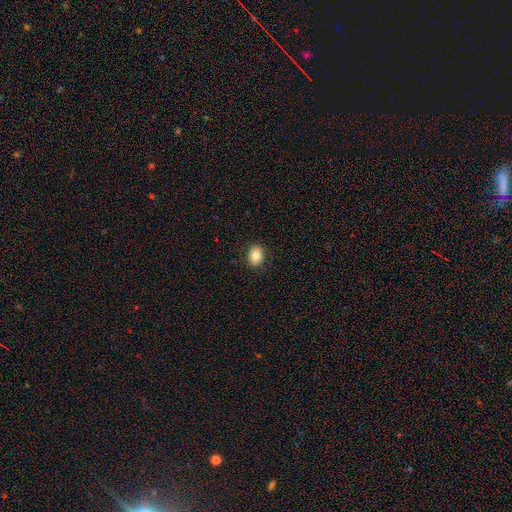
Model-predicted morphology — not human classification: A smooth galaxy with no disk features (82%) that is in between round and cigar-shaped (60%). Merging: none (89%).